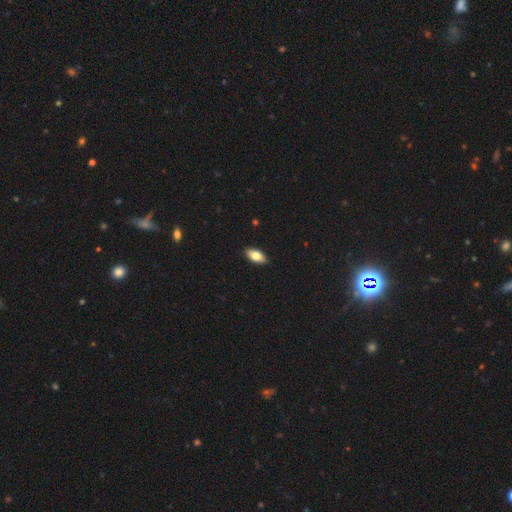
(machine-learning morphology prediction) smooth_or_featured: smooth (p=0.75) [alt: featured or disk p=0.18]
how_rounded: in between (p=0.89) [alt: cigar-shaped p=0.08]
merging: none (p=0.90) [alt: minor disturbance p=0.08]